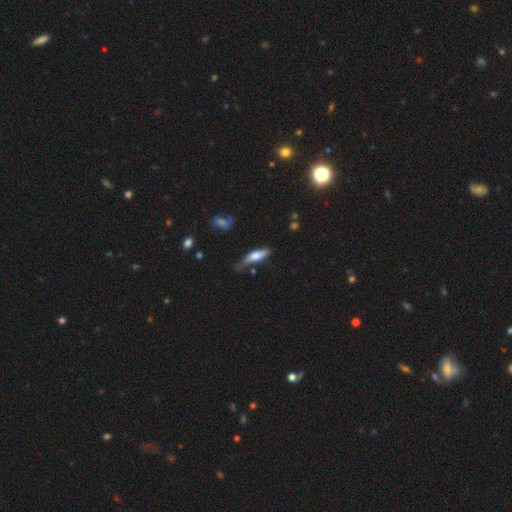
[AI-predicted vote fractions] Morphology: type=smooth (61%); roundness=cigar-shaped (59%); merging=none (49%).